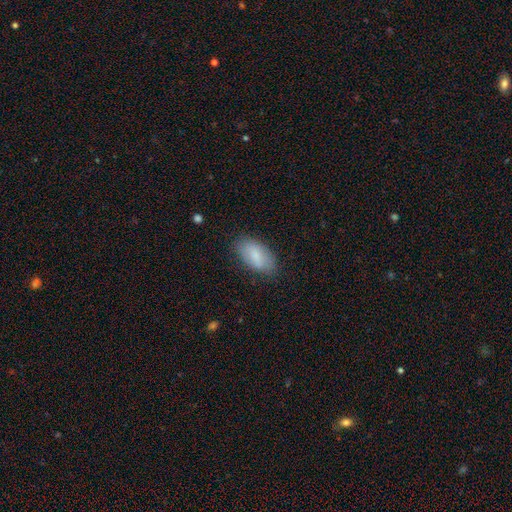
smooth 76%, featured or disk 22%, star or artifact 3%. Down the decision tree: how rounded — in between (100%); merging — none (92%).